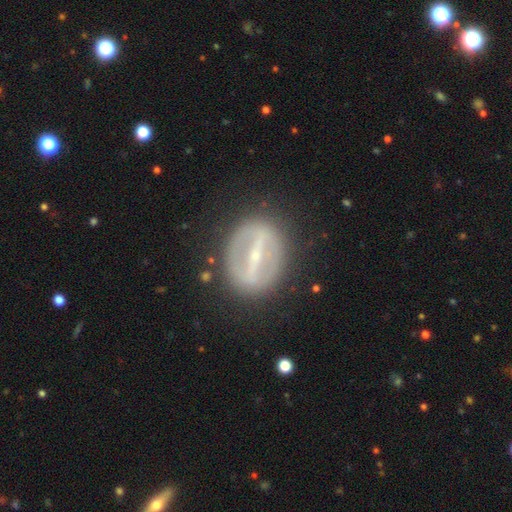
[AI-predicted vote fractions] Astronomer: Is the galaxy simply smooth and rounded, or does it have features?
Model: featured or disk — 77%.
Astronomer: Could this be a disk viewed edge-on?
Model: no — 86%.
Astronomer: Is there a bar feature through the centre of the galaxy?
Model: strong — 84%.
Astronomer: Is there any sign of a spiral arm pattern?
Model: no — 79%.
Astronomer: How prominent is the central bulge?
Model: small — 76%.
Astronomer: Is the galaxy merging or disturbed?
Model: none — 83%.